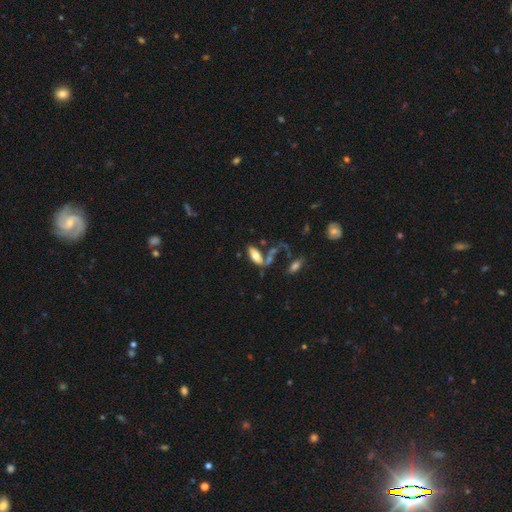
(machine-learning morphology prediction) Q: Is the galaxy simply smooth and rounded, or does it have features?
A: smooth — 64%.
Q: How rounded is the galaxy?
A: in between — 75%.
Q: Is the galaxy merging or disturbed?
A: none — 50%.